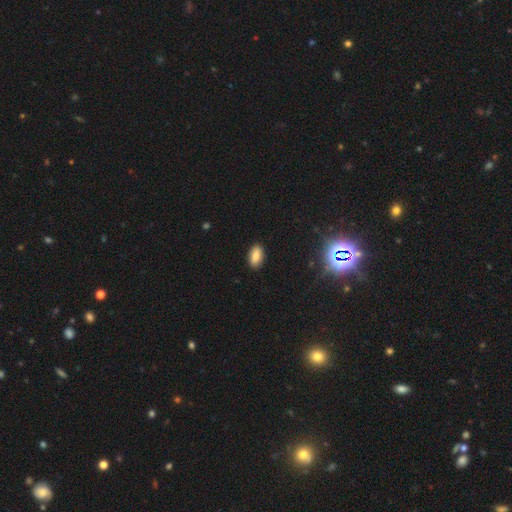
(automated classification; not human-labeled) Smooth or featured: smooth — 85% (star or artifact — 9%)
How rounded: in between — 92% (cigar-shaped — 4%)
Merging: none — 89% (minor disturbance — 9%)